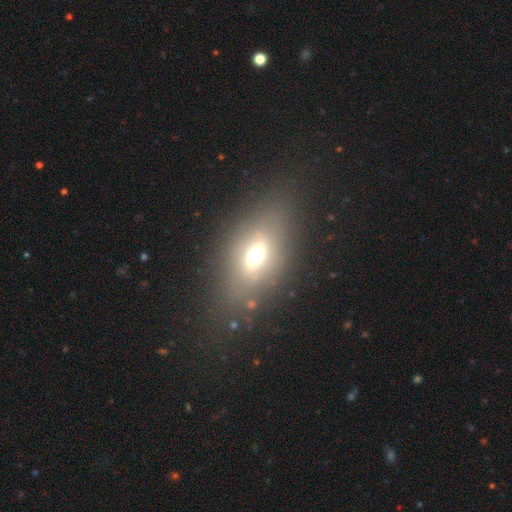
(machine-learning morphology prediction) Smooth or featured? Predicted: smooth (p=0.56). How rounded? Predicted: in between (p=0.76). Merging? Predicted: none (p=0.73).